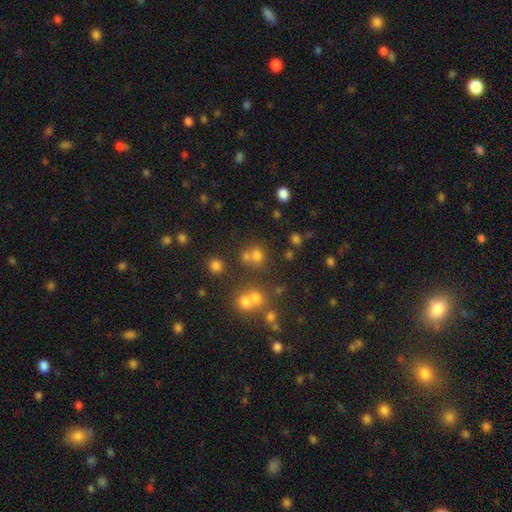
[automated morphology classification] Overall: smooth (61%; star or artifact 27%). How rounded: round (85%). Merging: none (63%; merger 24%).